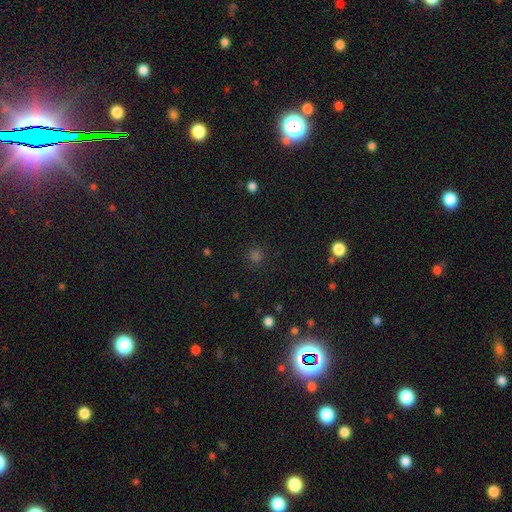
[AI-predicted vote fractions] Q: Smooth or featured?
A: smooth (60%); runner-up: star or artifact (35%)
Q: How rounded?
A: round (91%); runner-up: in between (8%)
Q: Merging?
A: none (87%); runner-up: minor disturbance (8%)